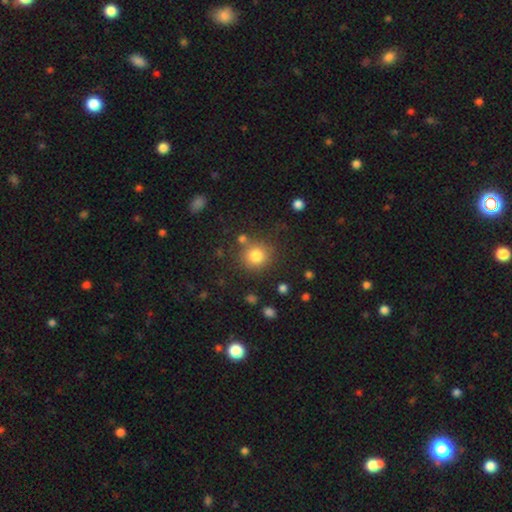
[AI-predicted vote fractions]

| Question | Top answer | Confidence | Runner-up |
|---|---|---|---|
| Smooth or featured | smooth | 80% | star or artifact (13%) |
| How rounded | round | 90% | in between (9%) |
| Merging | none | 80% | minor disturbance (9%) |